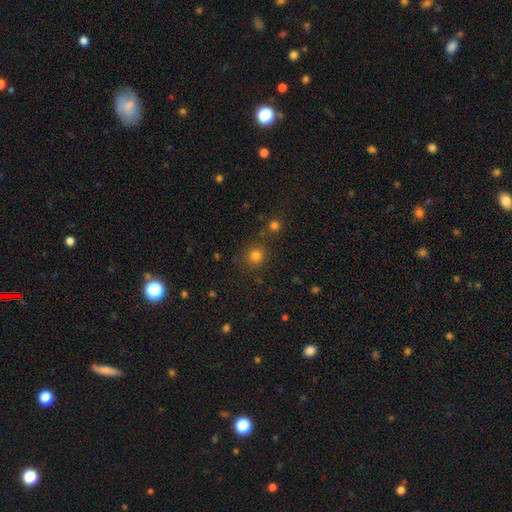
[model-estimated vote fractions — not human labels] A smooth galaxy with no disk features (78%) that is round (90%).

Vote fractions:
- Smooth or featured? smooth: 78% / star or artifact: 16% / featured or disk: 5%
- How rounded? round: 90% / in between: 10% / cigar-shaped: 1%
- Merging? none: 80% / minor disturbance: 9% / merger: 8% / major disturbance: 4%